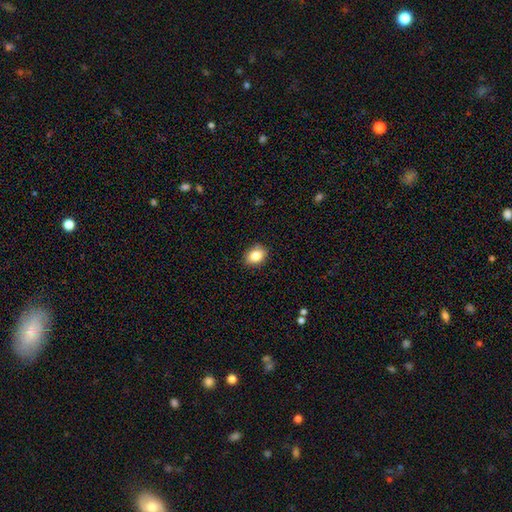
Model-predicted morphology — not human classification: Smooth or featured? smooth (82%)
How rounded? in between (62%)
Merging? none (87%)